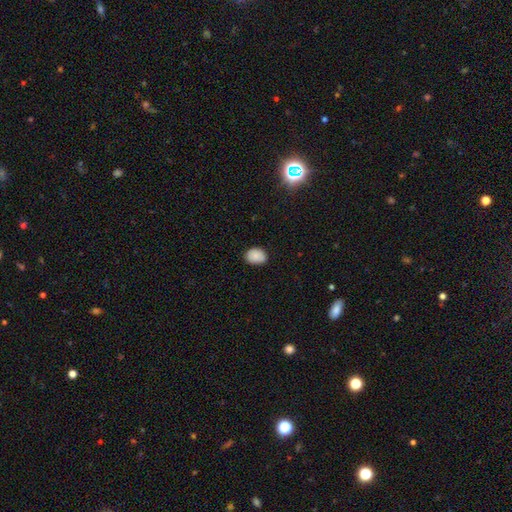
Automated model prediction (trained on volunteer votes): Overall: smooth (87%). How rounded: in between (62%; round 37%). Merging: none (80%).